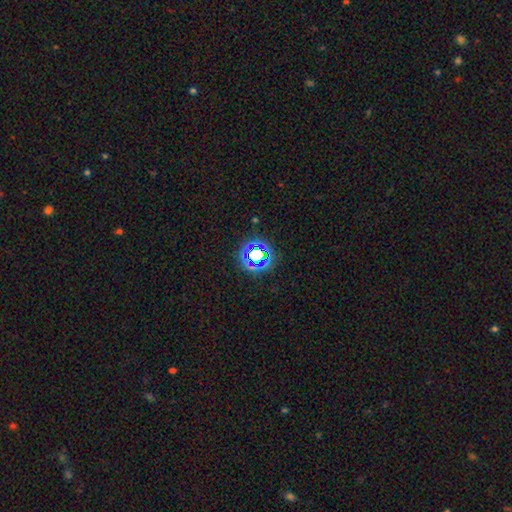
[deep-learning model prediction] This appears to be a star or artifact, not a galaxy (64%).